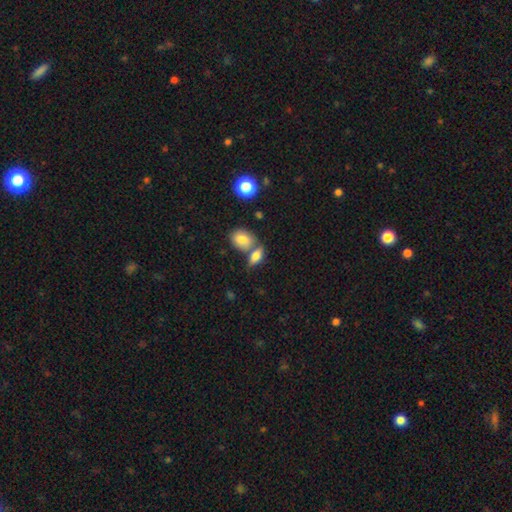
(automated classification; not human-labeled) A smooth galaxy with no disk features (74%) that is in between round and cigar-shaped (77%). Merging: none (47%).